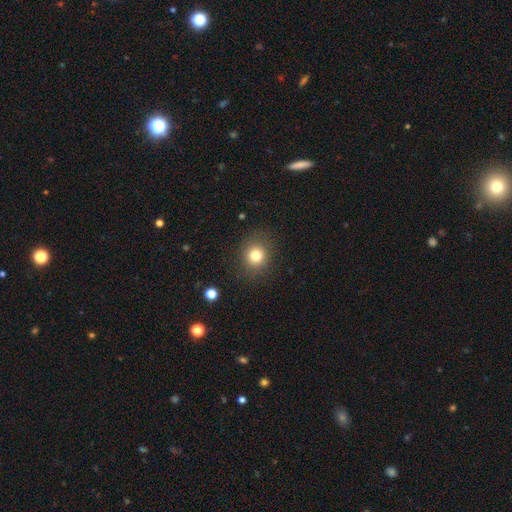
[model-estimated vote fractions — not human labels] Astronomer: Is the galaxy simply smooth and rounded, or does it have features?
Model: smooth — 78%.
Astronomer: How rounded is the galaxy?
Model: round — 79%.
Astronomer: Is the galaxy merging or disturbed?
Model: none — 85%.